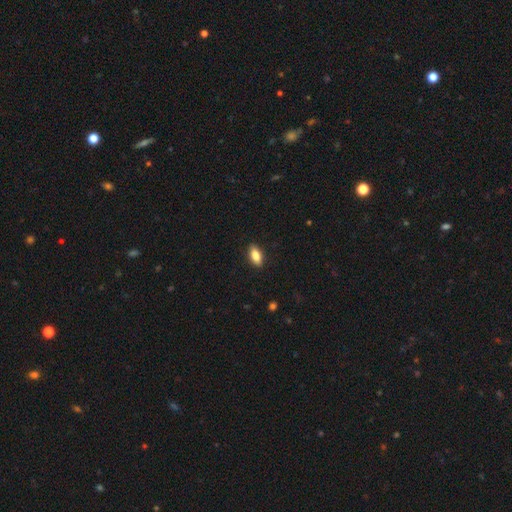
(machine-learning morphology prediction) type=smooth (83%); roundness=in between (87%); merging=none (89%).